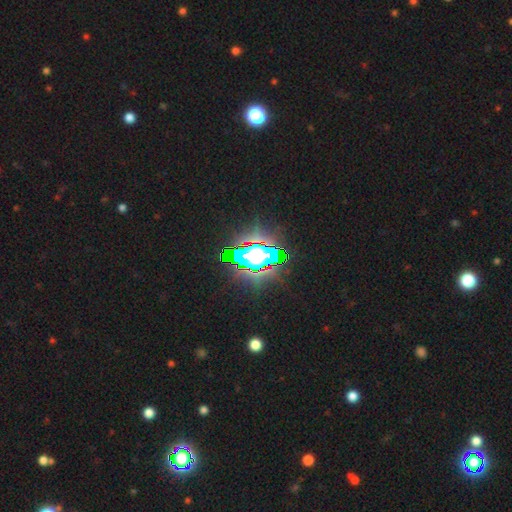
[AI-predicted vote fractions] This is likely a star or artifact rather than a galaxy (66%).